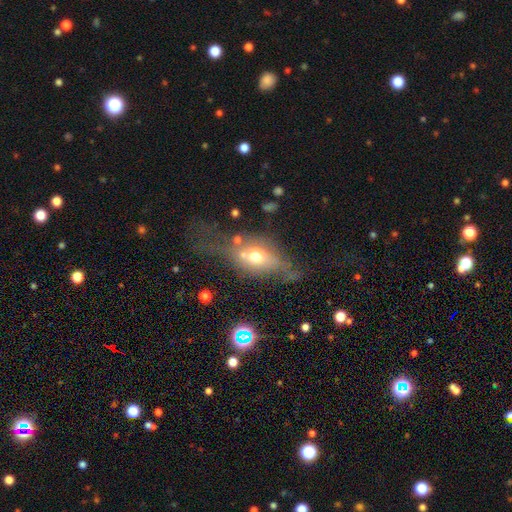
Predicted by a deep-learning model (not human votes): This is possibly a smooth galaxy (46%). Merging: marginally none (36%).